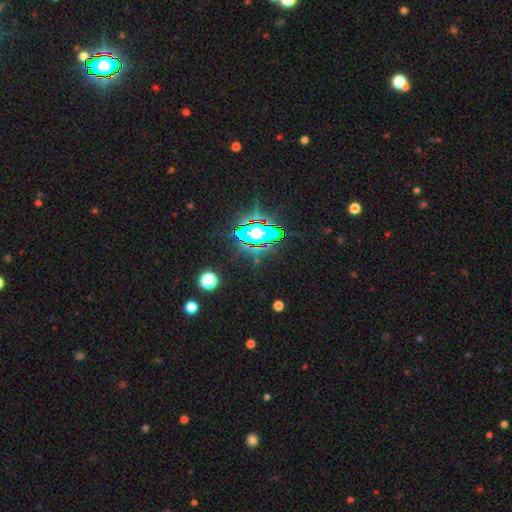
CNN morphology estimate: smooth-or-featured: star or artifact: 83% | smooth: 10% | featured or disk: 7%